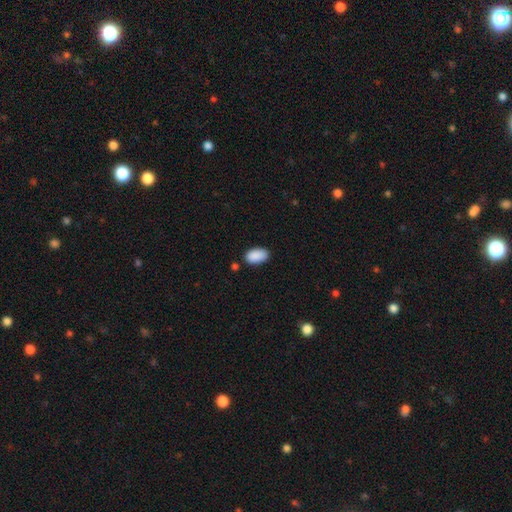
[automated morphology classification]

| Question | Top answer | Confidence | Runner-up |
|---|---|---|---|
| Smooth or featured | smooth | 90% | star or artifact (7%) |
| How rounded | in between | 94% | round (4%) |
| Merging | none | 81% | minor disturbance (13%) |